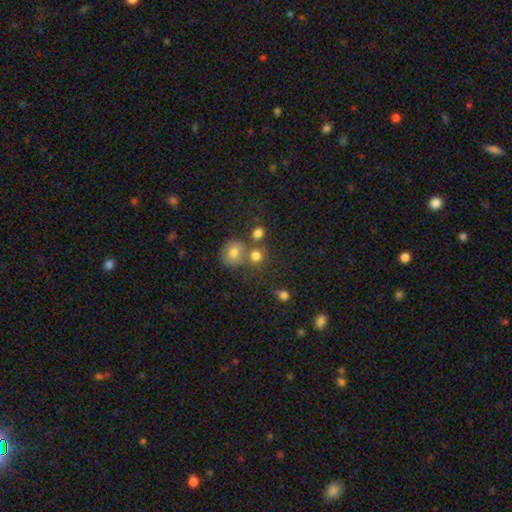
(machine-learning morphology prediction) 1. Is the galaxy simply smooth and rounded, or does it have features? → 76% smooth, 14% star or artifact, 11% featured or disk.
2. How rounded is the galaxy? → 83% round, 16% in between, 1% cigar-shaped.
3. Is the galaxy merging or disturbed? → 54% none, 31% merger, 10% minor disturbance, 5% major disturbance.